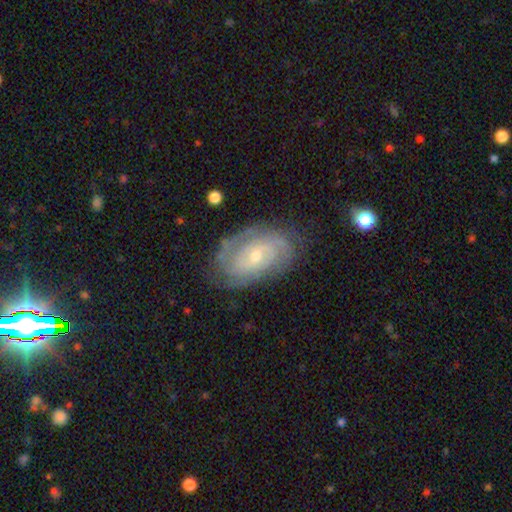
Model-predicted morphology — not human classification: This appears to be a featured or disk galaxy (85%) with no bar (61%), 2 (33%) tight (68%) spiral arms (95%) and a small central bulge (64%). Merging: none (76%).